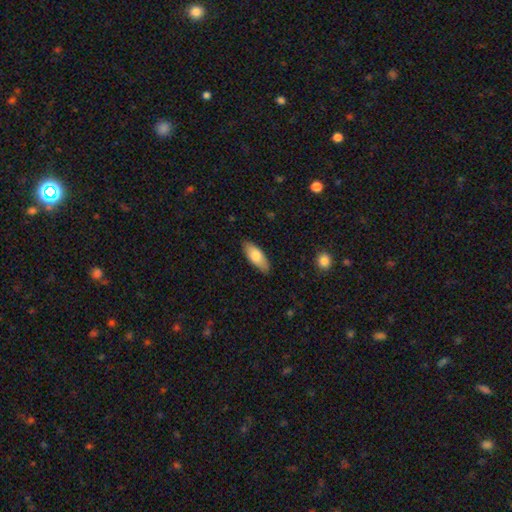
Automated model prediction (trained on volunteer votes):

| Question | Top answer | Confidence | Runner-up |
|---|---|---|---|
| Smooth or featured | smooth | 75% | featured or disk (19%) |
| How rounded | in between | 80% | cigar-shaped (18%) |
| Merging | none | 86% | minor disturbance (11%) |